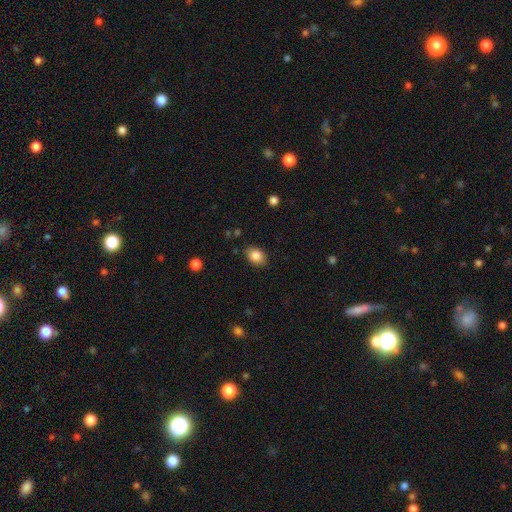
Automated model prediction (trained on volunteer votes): Overall: smooth (85%). How rounded: in between (72%). Merging: none (85%).